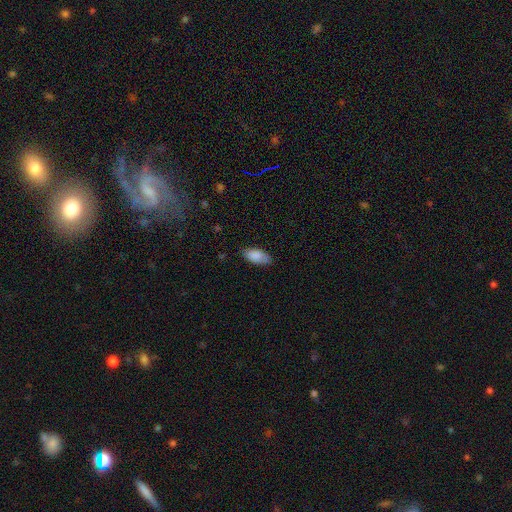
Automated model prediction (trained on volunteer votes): smooth 87%, star or artifact 6%, featured or disk 6%. Down the decision tree: how rounded — in between (91%); merging — none (79%).